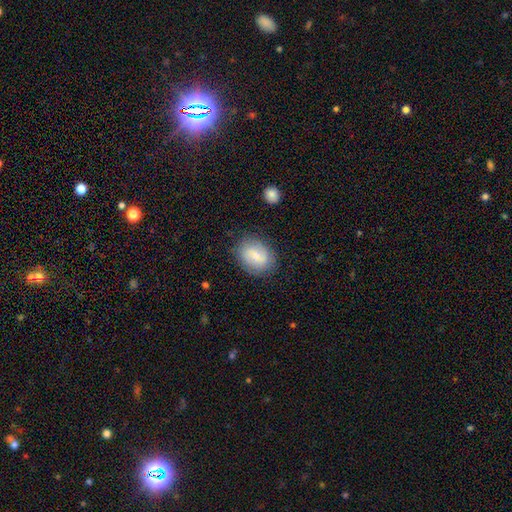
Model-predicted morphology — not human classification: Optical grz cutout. It shows a smooth galaxy with no disk features (61%) that is in between round and cigar-shaped (57%). Merging: none (80%).